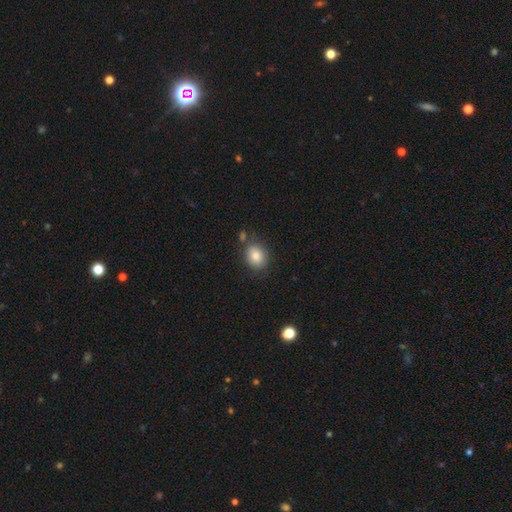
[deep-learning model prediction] This appears to be a smooth galaxy with no disk features (84%) that is in between round and cigar-shaped (55%). Merging: none (71%).